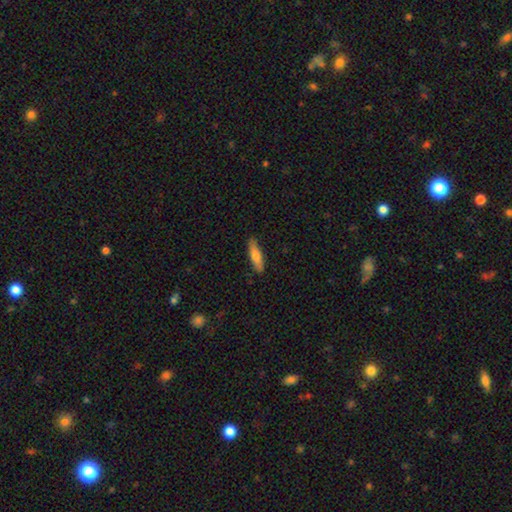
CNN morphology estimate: smooth-or-featured: smooth: 72% | featured or disk: 22% | star or artifact: 6%
  how-rounded: cigar-shaped: 71% | in between: 27% | round: 2%
  merging: none: 86% | minor disturbance: 11% | major disturbance: 2% | merger: 1%